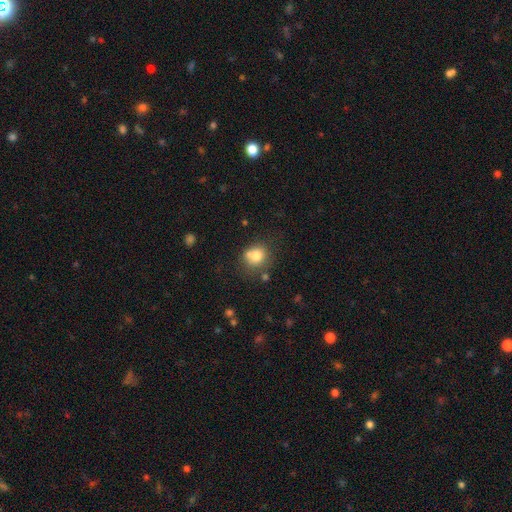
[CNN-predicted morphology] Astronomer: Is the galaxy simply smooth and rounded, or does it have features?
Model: smooth — 76%.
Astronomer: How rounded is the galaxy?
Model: round — 79%.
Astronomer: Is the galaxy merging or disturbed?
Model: none — 57%.